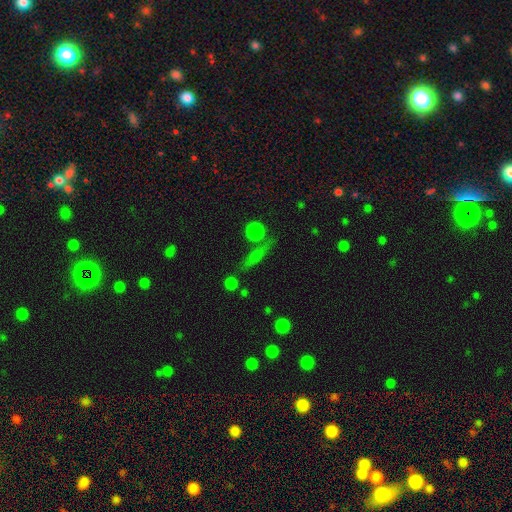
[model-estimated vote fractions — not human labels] A smooth galaxy with no disk features (45%). Merging: none (73%).